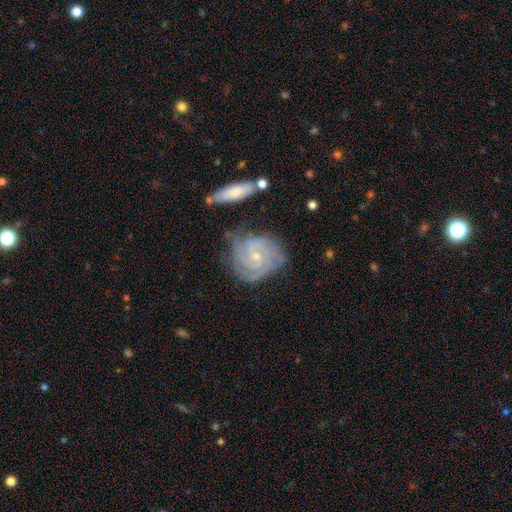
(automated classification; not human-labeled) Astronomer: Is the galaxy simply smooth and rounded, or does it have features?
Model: featured or disk — 86%.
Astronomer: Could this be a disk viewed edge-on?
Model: no — 97%.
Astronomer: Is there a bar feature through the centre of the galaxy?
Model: no — 63%.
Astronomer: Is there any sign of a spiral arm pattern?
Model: yes — 97%.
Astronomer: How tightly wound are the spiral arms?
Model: tight — 74%.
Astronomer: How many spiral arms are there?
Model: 3 — 34% (runner-up: 2, 23%).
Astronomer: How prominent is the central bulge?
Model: small — 75%.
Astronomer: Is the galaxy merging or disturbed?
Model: none — 63%.